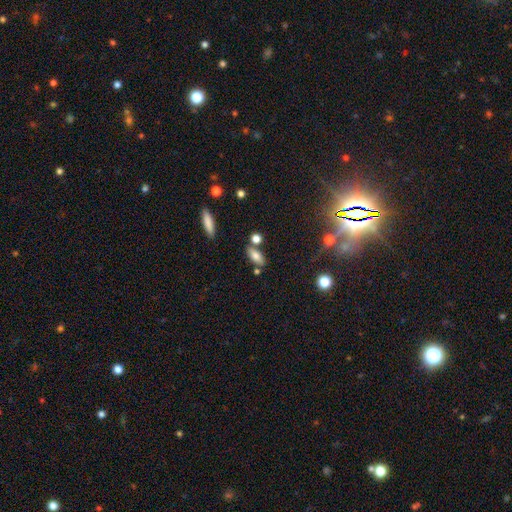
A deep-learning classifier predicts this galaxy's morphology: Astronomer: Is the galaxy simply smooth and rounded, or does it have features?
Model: smooth — 75%.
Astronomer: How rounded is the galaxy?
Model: in between — 76%.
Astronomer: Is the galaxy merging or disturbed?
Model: none — 72%.